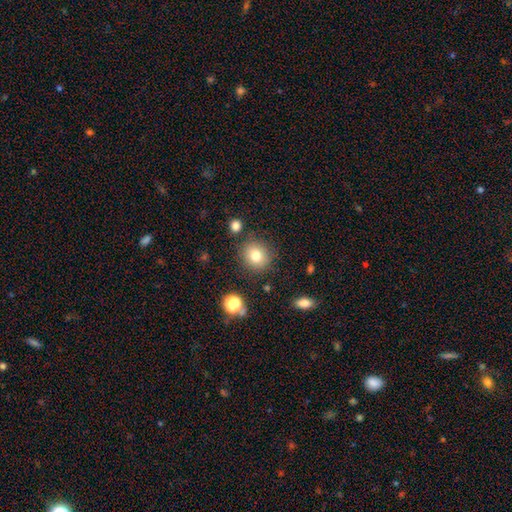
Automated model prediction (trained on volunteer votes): A smooth galaxy with no disk features (79%) that is round (85%). Merging: none (84%).